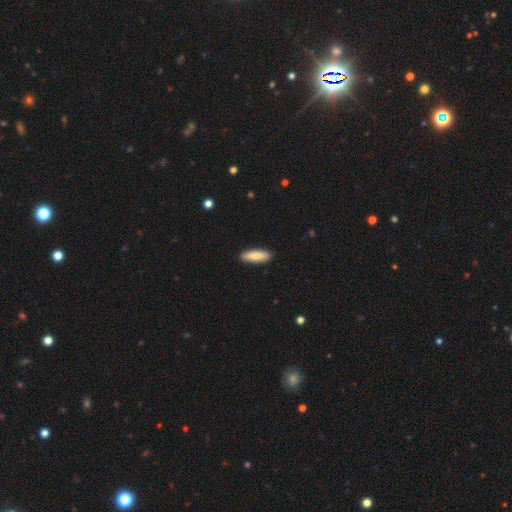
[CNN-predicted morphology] Smooth or featured: smooth — 84% (featured or disk — 11%)
How rounded: cigar-shaped — 56% (in between — 42%)
Merging: none — 91% (minor disturbance — 7%)